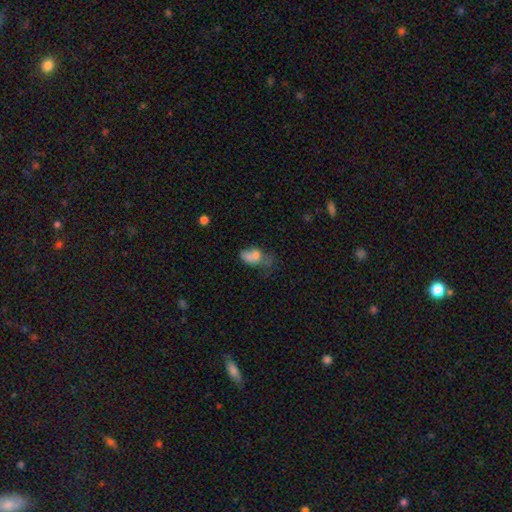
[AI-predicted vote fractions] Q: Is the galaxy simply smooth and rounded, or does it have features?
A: smooth — 67%.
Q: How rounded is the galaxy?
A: in between — 80%.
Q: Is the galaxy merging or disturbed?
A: major disturbance — 35%.